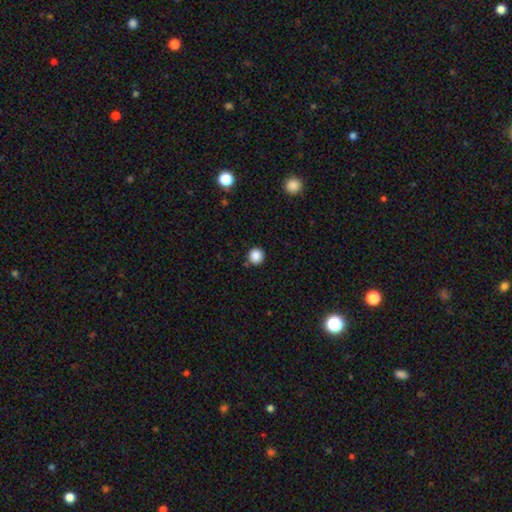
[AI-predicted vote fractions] Smooth or featured?
  - smooth: 87% *
  - star or artifact: 10%
  - featured or disk: 3%
How rounded?
  - round: 94% *
  - in between: 5%
  - cigar-shaped: 1%
Merging?
  - none: 88% *
  - minor disturbance: 7%
  - merger: 3%
  - major disturbance: 2%